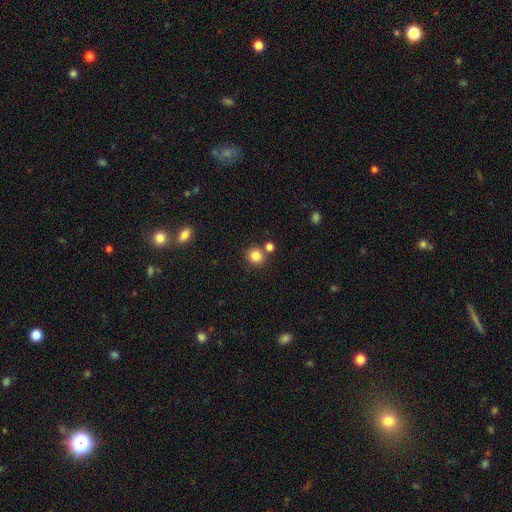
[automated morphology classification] smooth 83%, star or artifact 12%, featured or disk 6%. Down the decision tree: how rounded — round (90%); merging — none (75%).